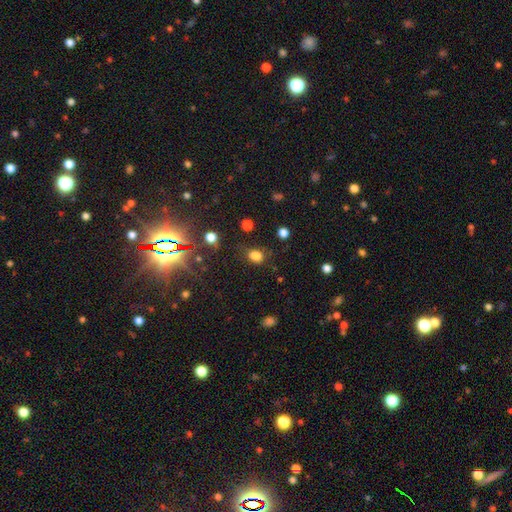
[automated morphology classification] The model was most divided on "how rounded": in between: 67%, round: 31%, cigar-shaped: 2%. More confident: smooth or featured — smooth (75%); merging — none (62%).